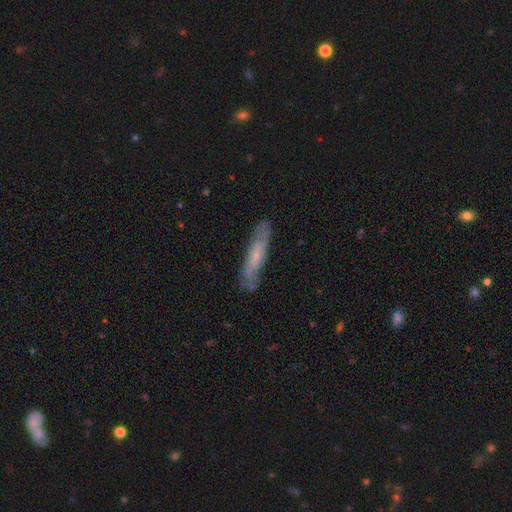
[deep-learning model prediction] Q: Smooth or featured?
A: featured or disk (52%); runner-up: smooth (42%)
Q: Edge-on disk?
A: no (50%); tied with: yes (50%)
Q: Merging?
A: none (78%); runner-up: minor disturbance (16%)